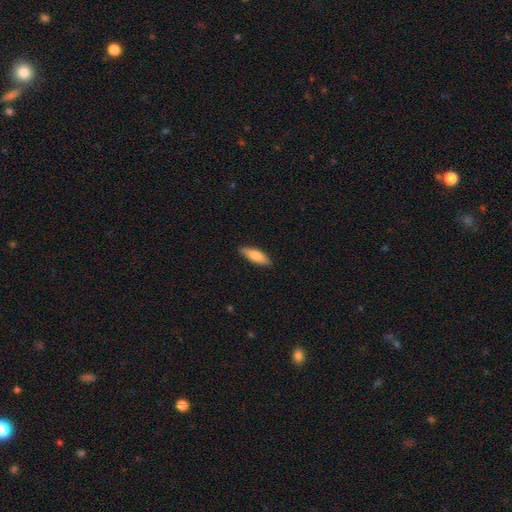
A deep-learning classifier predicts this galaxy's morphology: Smooth or featured: smooth — 78% (featured or disk — 16%)
How rounded: in between — 54% (cigar-shaped — 44%)
Merging: none — 85% (minor disturbance — 12%)